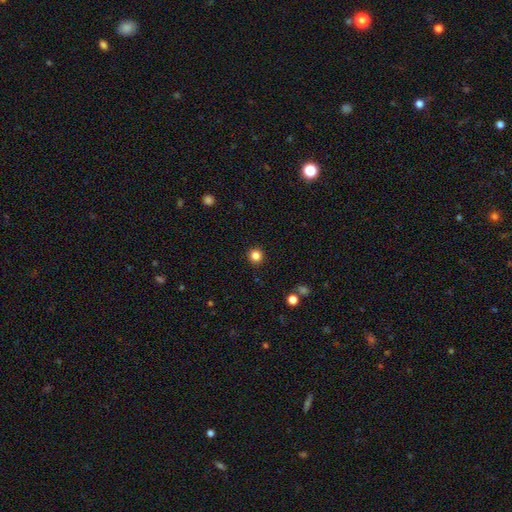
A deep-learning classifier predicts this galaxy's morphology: The model was most divided on "smooth or featured": smooth: 83%, star or artifact: 13%, featured or disk: 4%. More confident: how rounded — round (95%); merging — none (93%).